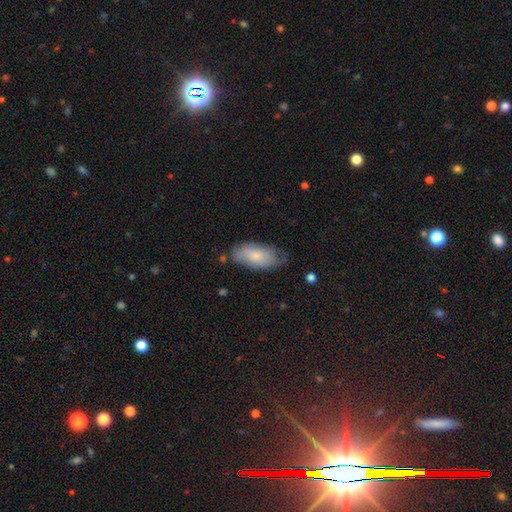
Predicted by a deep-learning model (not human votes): A smooth galaxy with no disk features (71%) that is in between round and cigar-shaped (91%). Merging: none (57%).